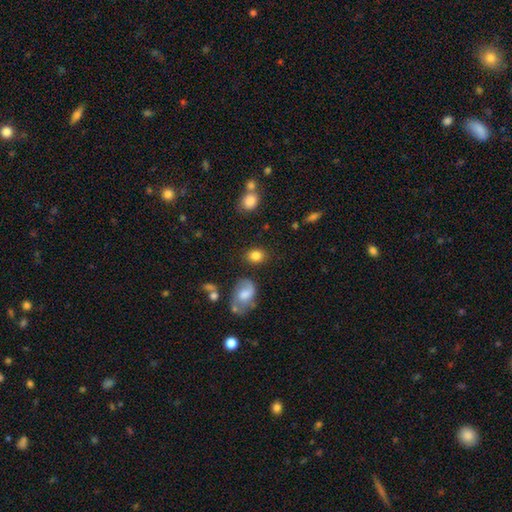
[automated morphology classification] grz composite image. It shows a smooth galaxy with no disk features (82%) that is in between round and cigar-shaped (51%). Merging: none (77%).